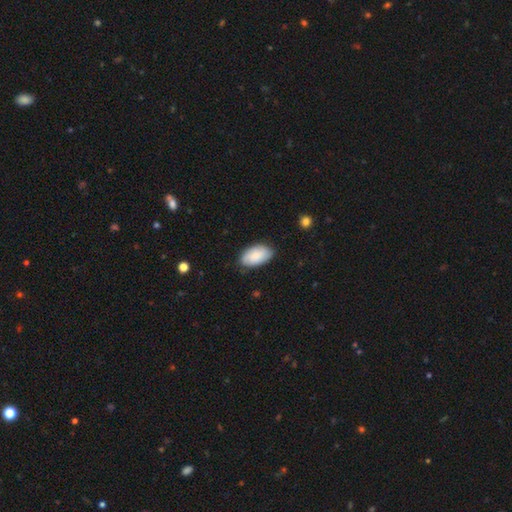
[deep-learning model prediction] Smooth or featured: smooth — 77% (featured or disk — 16%)
How rounded: in between — 95% (round — 3%)
Merging: none — 79% (minor disturbance — 16%)